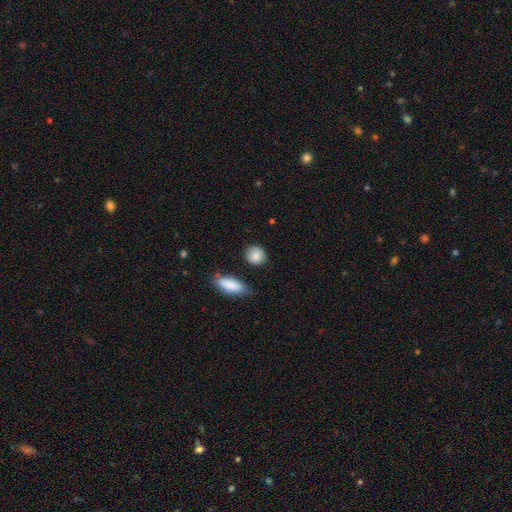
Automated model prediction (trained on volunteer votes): Smooth or featured?
  - smooth: 86% *
  - featured or disk: 7%
  - star or artifact: 7%
How rounded?
  - round: 73% *
  - in between: 25%
  - cigar-shaped: 2%
Merging?
  - none: 80% *
  - minor disturbance: 13%
  - merger: 4%
  - major disturbance: 3%